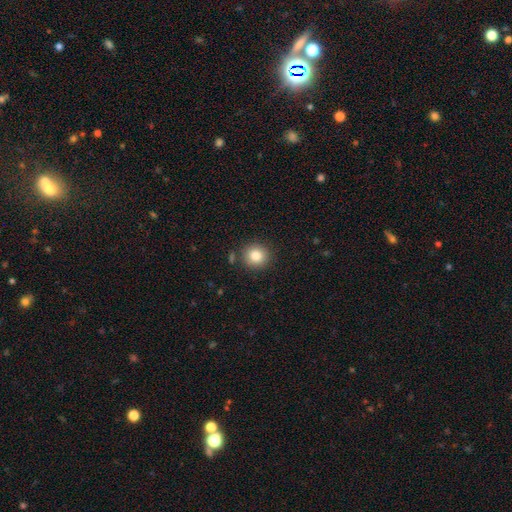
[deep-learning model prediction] Smooth or featured?
  - smooth: 83% *
  - star or artifact: 10%
  - featured or disk: 7%
How rounded?
  - round: 91% *
  - in between: 8%
  - cigar-shaped: 1%
Merging?
  - none: 87% *
  - minor disturbance: 8%
  - merger: 3%
  - major disturbance: 2%